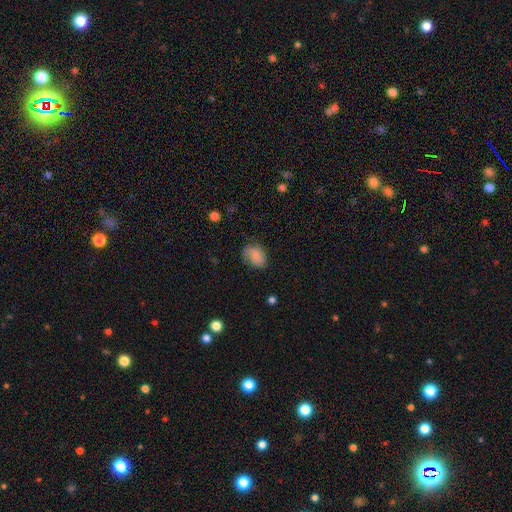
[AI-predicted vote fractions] Overall: smooth (67%). How rounded: in between (67%; round 32%). Merging: none (68%).